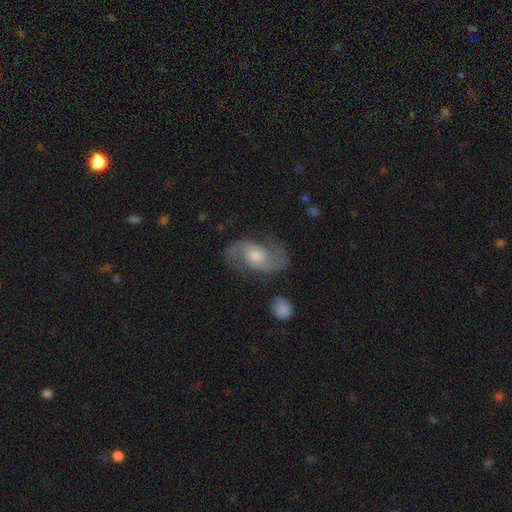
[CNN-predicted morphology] This is clearly a featured or disk galaxy (86%). It is clearly not viewed edge-on (97%). Bar: possibly no (59%). Spiral arm pattern: clearly yes (96%). Spiral arm count: clearly 2 (93%). Spiral winding: possibly medium (54%). Central bulge: likely moderate (60%). Merging: likely none (78%).